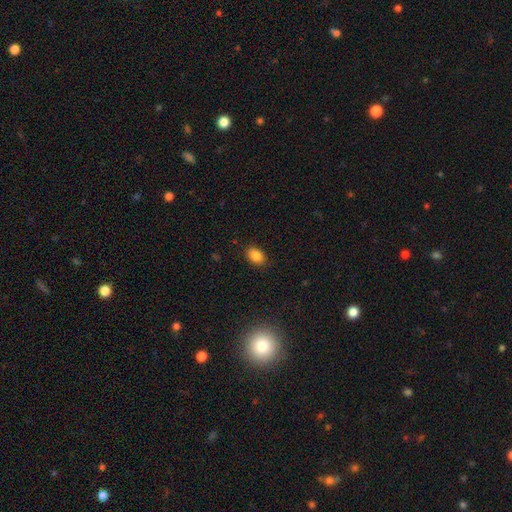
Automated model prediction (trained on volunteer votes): smooth_or_featured: smooth (p=0.85) [alt: star or artifact p=0.10]
how_rounded: in between (p=0.79) [alt: round p=0.19]
merging: none (p=0.87) [alt: minor disturbance p=0.10]